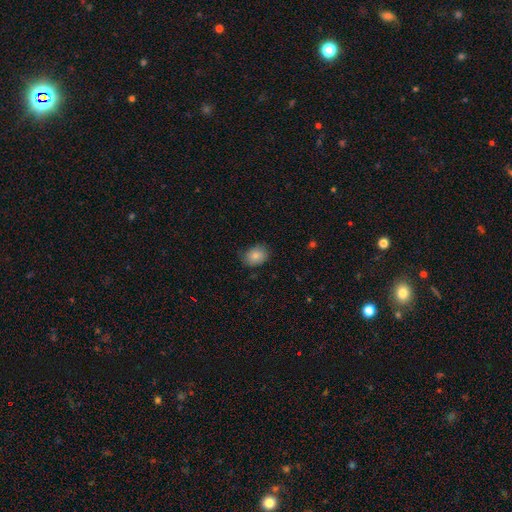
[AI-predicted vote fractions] Q: Smooth or featured?
A: smooth (84%); runner-up: star or artifact (8%)
Q: How rounded?
A: in between (68%); runner-up: round (31%)
Q: Merging?
A: none (80%); runner-up: minor disturbance (16%)